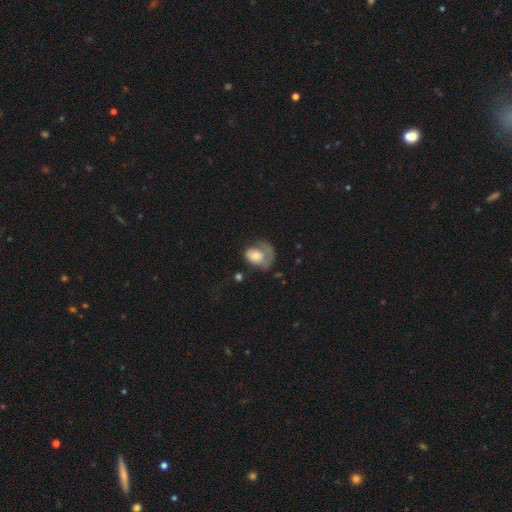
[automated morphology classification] This is possibly a smooth galaxy (57%). How rounded: likely in between (61%). Merging: marginally major disturbance (45%).